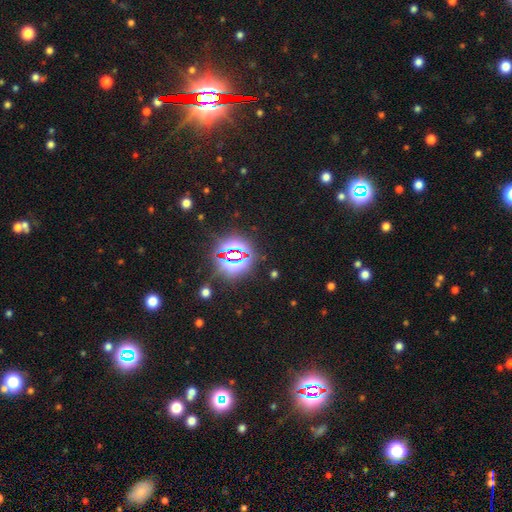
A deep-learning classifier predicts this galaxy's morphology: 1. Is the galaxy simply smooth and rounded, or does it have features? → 81% star or artifact, 11% smooth, 7% featured or disk.